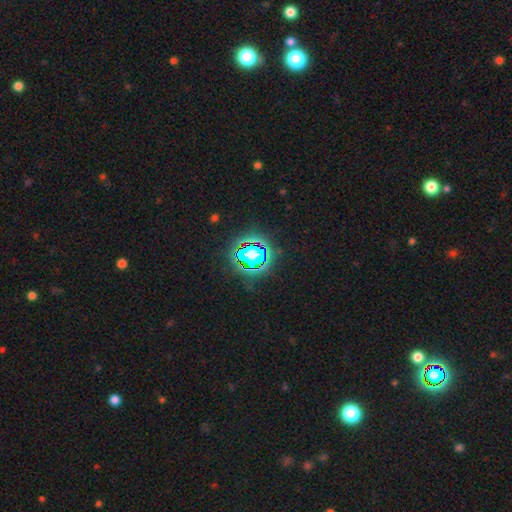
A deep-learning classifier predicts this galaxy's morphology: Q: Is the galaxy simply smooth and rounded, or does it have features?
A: star or artifact — 79%.